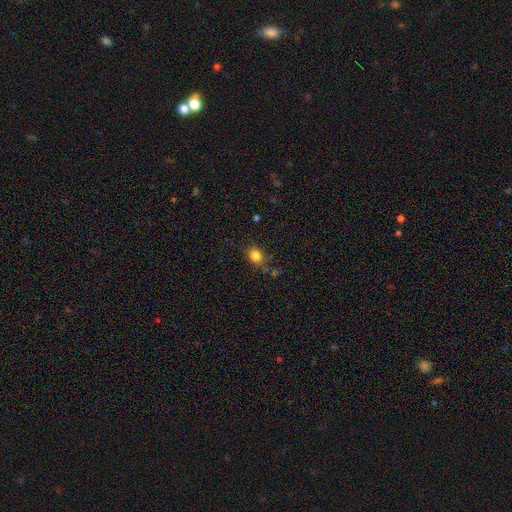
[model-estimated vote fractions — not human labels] Smooth or featured? smooth (82%)
How rounded? in between (52%)
Merging? none (77%)